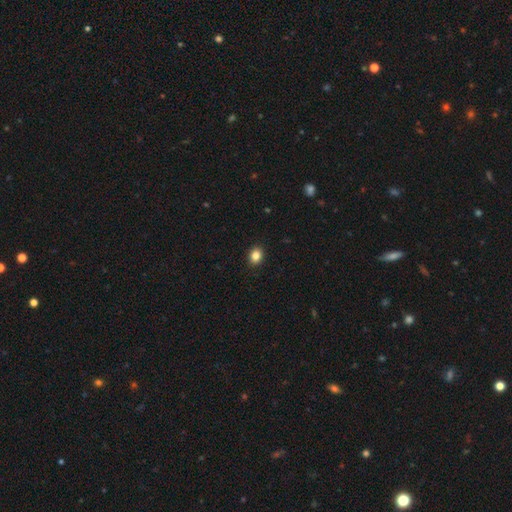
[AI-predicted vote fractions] Smooth or featured: smooth — 84% (star or artifact — 10%)
How rounded: round — 53% (in between — 46%)
Merging: none — 91% (minor disturbance — 6%)